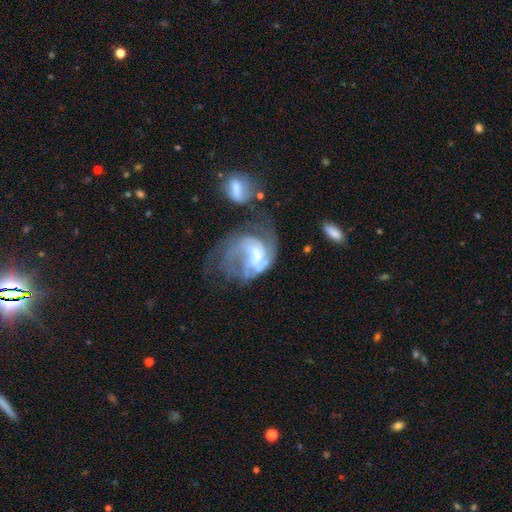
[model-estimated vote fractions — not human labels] Overall: featured or disk (82%). Edge-on disk: no (98%). Bar: no (47%; weak 43%). Spiral arms: yes (88%). Spiral arm count: 2 (44%; can't tell 25%). Spiral winding: medium (43%; tight 30%). Bulge size: small (47%; moderate 37%). Merging: major disturbance (39%; none 24%).